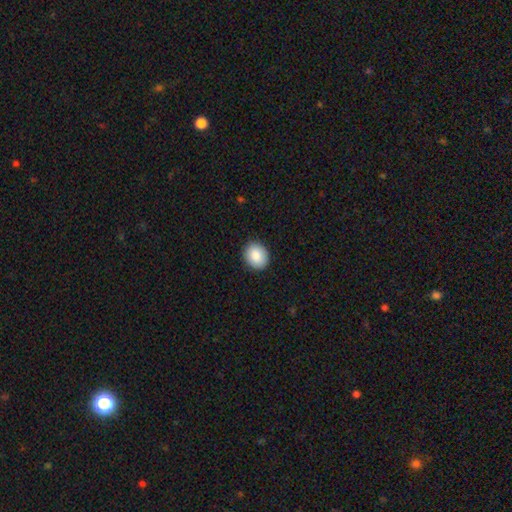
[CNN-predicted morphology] Q: Smooth or featured?
A: smooth (87%); runner-up: star or artifact (7%)
Q: How rounded?
A: round (59%); runner-up: in between (40%)
Q: Merging?
A: none (90%); runner-up: minor disturbance (8%)